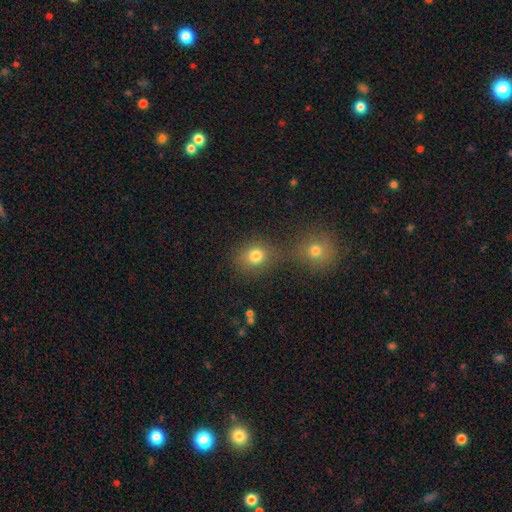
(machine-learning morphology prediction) smooth_or_featured: smooth (p=0.78) [alt: star or artifact p=0.15]
how_rounded: round (p=0.73) [alt: in between p=0.26]
merging: none (p=0.56) [alt: merger p=0.30]